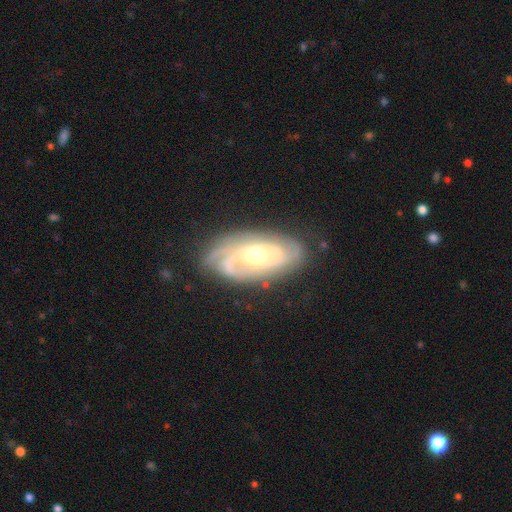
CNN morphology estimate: Smooth or featured? featured or disk (87%)
Edge-on disk? no (94%)
Bar? no (61%)
Spiral arms? yes (96%)
Spiral winding? tight (59%)
Spiral arm count? 2 (31%)
Bulge size? moderate (64%)
Merging? none (75%)